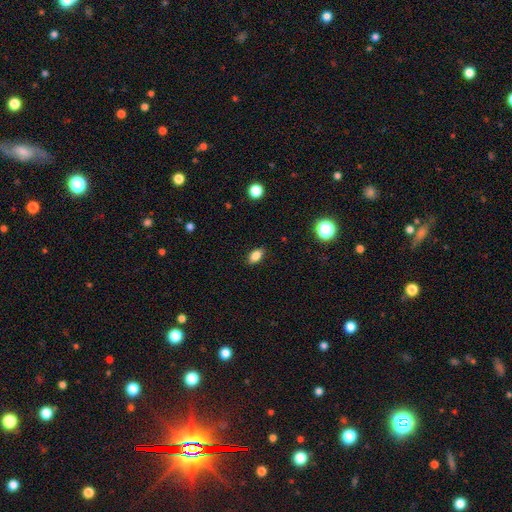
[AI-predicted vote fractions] Morphology: type=smooth (85%); roundness=in between (88%); merging=none (88%).